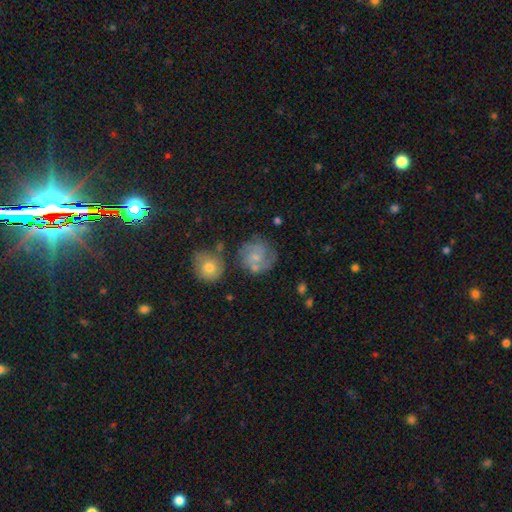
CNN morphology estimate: Smooth or featured: featured or disk — 52% (smooth — 39%)
Edge-on disk: no — 98% (yes — 2%)
Bar: no — 71% (weak — 25%)
Spiral arms: yes — 80% (no — 20%)
Bulge size: small — 54% (moderate — 29%)
Merging: none — 61% (minor disturbance — 19%)